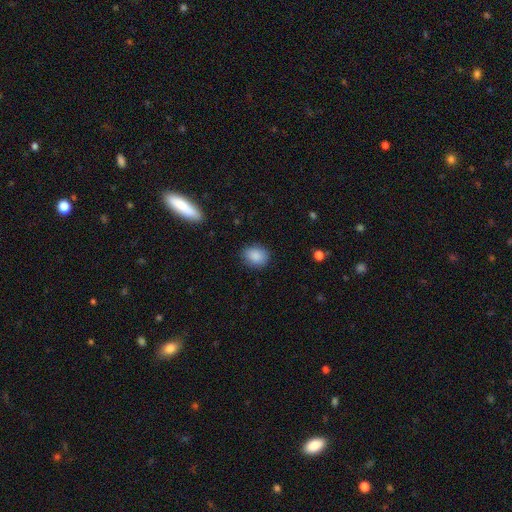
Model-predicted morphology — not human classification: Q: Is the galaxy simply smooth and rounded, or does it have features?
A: smooth — 88%.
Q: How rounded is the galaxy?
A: in between — 54%.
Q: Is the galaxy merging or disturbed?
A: none — 84%.